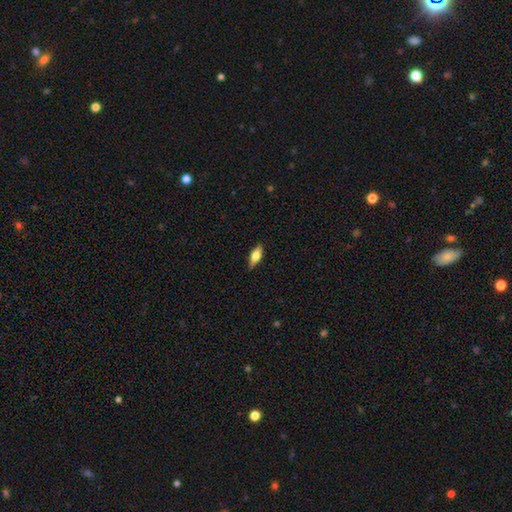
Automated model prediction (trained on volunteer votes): Smooth or featured? smooth (56%)
How rounded? in between (69%)
Merging? none (87%)